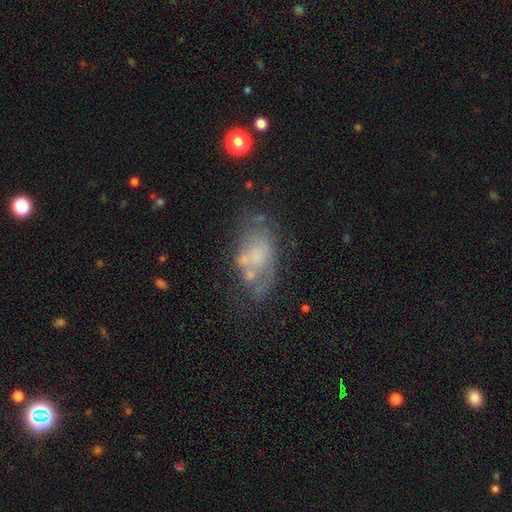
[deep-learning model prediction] The model was most divided on "bulge size": none: 39%, small: 26%, moderate: 25%, large: 8%, dominant: 2%. Remaining: edge-on disk — no (95%); bar — no (83%); spiral arms — no (70%); smooth or featured — featured or disk (53%); merging — none (38%).